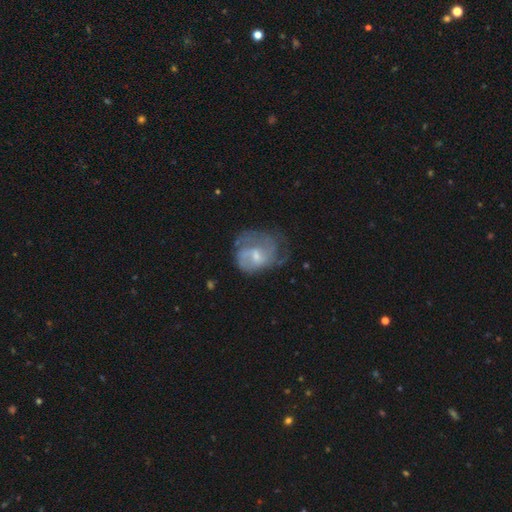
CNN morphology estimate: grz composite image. It shows a featured or disk galaxy (66%) with a weak bar (47%), spiral arms (75%) and a small central bulge (49%). Merging: none (41%).